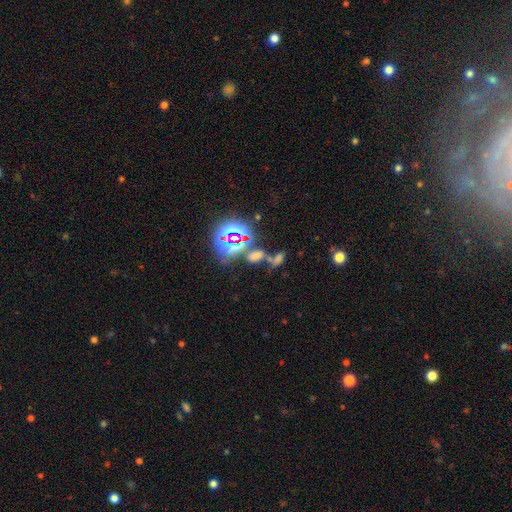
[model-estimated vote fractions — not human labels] A star or artifact, not a galaxy (46%).